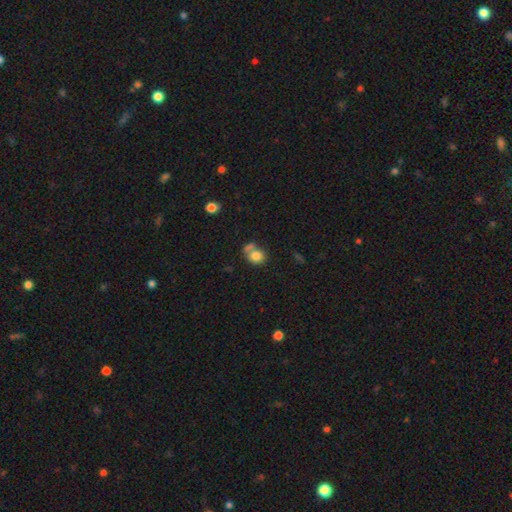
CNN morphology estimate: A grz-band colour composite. It shows a smooth galaxy with no disk features (81%) that is round (63%). Merging: none (43%).